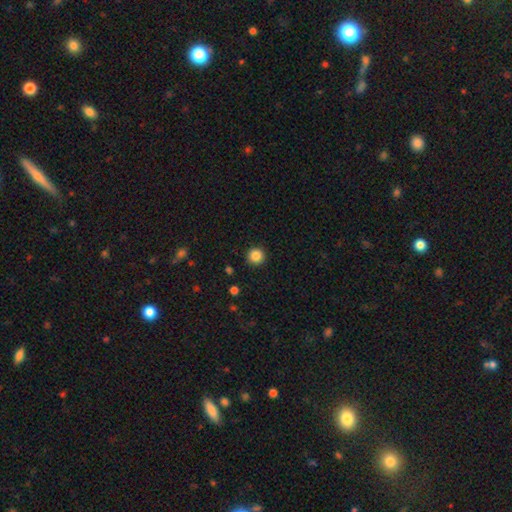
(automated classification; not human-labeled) Smooth or featured: smooth — 86% (star or artifact — 10%)
How rounded: round — 95% (in between — 4%)
Merging: none — 92% (minor disturbance — 5%)